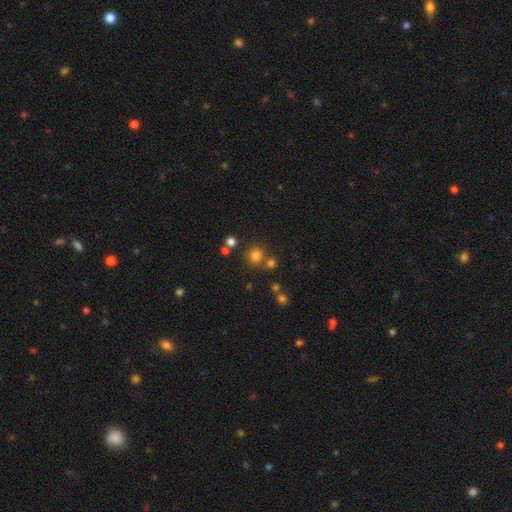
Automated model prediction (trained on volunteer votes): This appears to be a smooth galaxy with no disk features (74%) that is round (83%). Merging: none (68%).